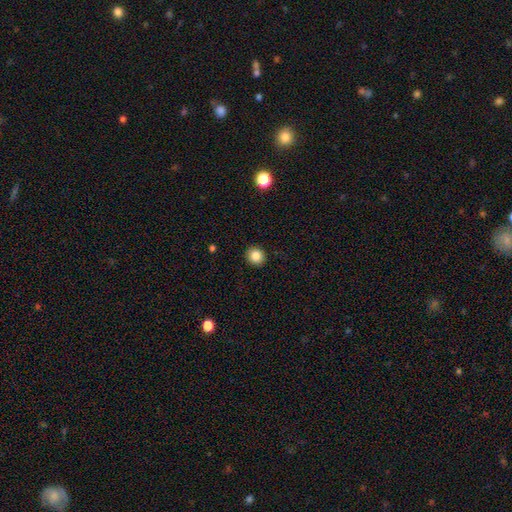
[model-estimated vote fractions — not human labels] smooth 84%, star or artifact 10%, featured or disk 6%. Down the decision tree: how rounded — round (86%); merging — none (92%).